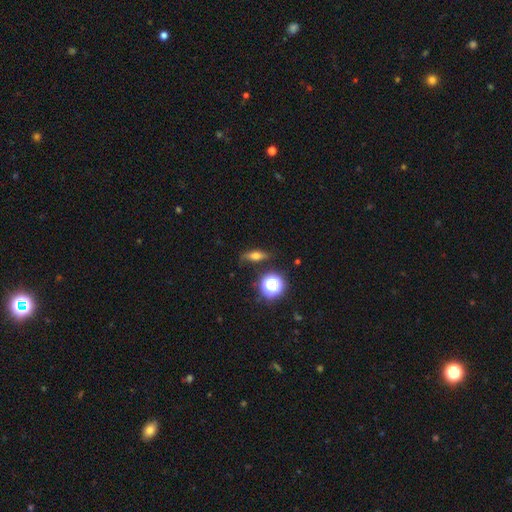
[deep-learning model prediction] The model was most divided on "how rounded": in between: 43%, cigar-shaped: 39%, round: 18%. More confident: merging — none (78%); smooth or featured — smooth (52%).